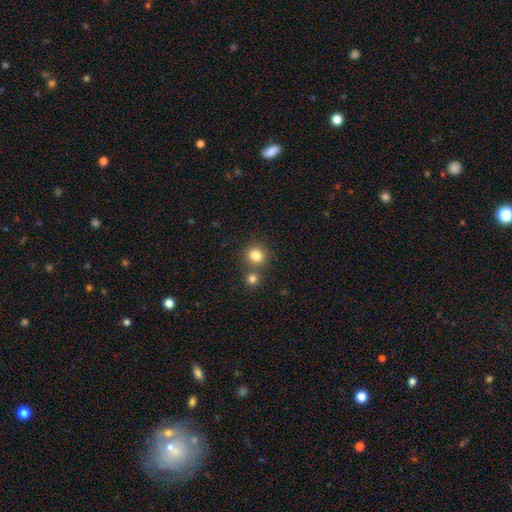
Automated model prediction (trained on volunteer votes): smooth 81%, star or artifact 12%, featured or disk 6%. Down the decision tree: how rounded — round (90%); merging — none (69%).